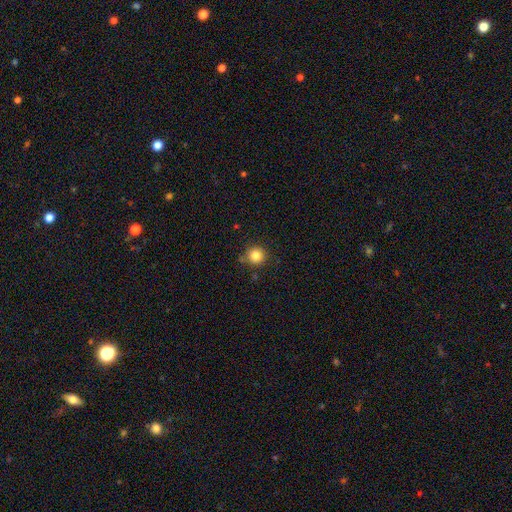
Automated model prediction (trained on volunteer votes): Smooth or featured: smooth — 83% (star or artifact — 11%)
How rounded: round — 93% (in between — 6%)
Merging: none — 81% (minor disturbance — 13%)